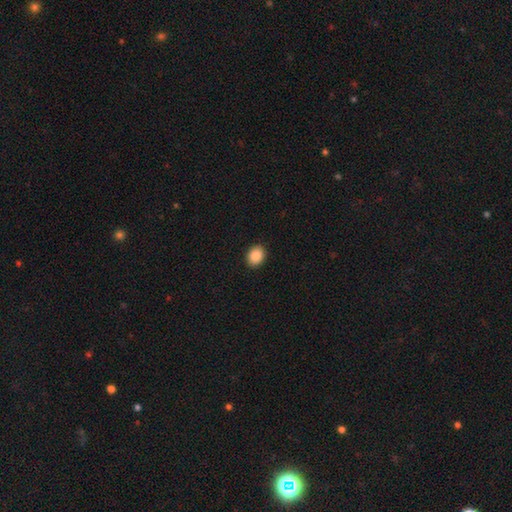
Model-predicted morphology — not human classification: A smooth galaxy with no disk features (89%) that is in between round and cigar-shaped (52%).

Vote fractions:
- Smooth or featured? smooth: 89% / star or artifact: 8% / featured or disk: 3%
- How rounded? in between: 52% / round: 47% / cigar-shaped: 1%
- Merging? none: 91% / minor disturbance: 6% / major disturbance: 2% / merger: 1%